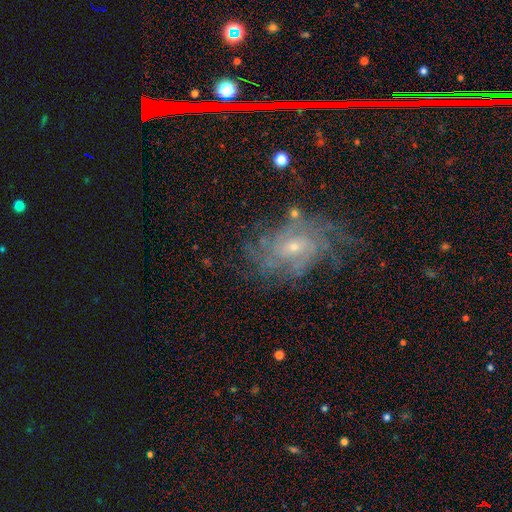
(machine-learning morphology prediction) This appears to be a featured or disk galaxy (69%) with no bar (64%), tight (56%) spiral arms (92%) and a small central bulge (65%). Merging: none (70%).